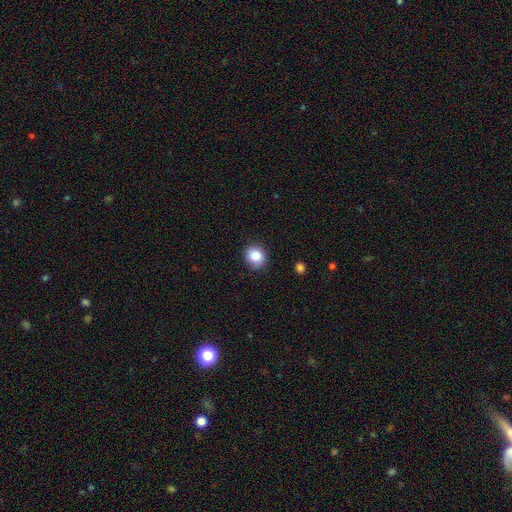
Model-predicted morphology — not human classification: Overall: smooth (84%). How rounded: round (78%). Merging: none (86%).